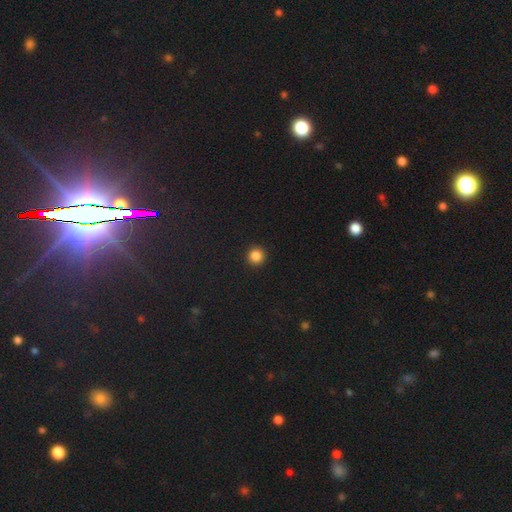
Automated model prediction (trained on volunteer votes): smooth 86%, star or artifact 11%, featured or disk 3%. Down the decision tree: how rounded — round (95%); merging — none (93%).